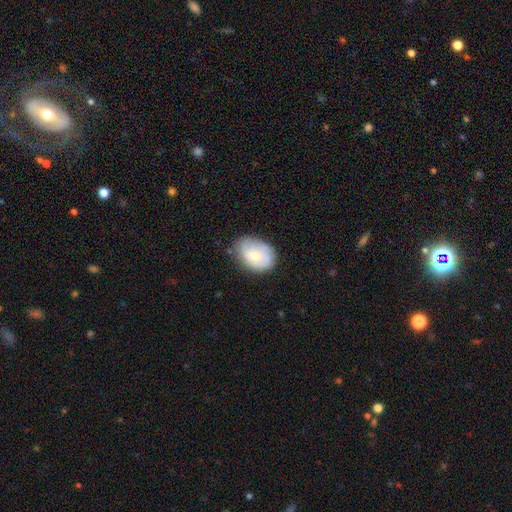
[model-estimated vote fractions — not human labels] This appears to be a smooth galaxy with no disk features (61%) that is in between round and cigar-shaped (73%). Merging: none (62%).